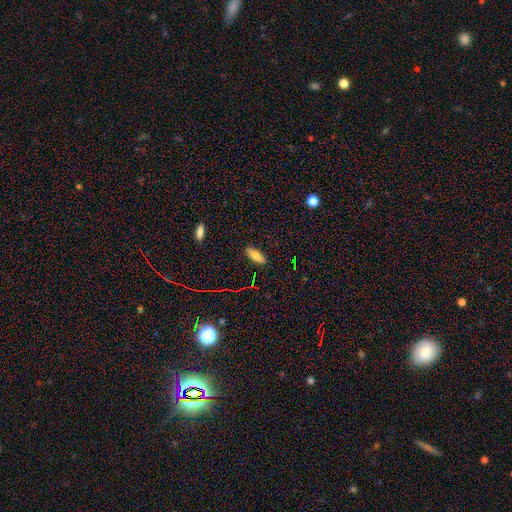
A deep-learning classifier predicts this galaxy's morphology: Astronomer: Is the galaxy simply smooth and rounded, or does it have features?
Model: smooth — 71%.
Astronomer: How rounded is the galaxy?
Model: in between — 68%.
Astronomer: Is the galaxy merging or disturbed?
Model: none — 87%.